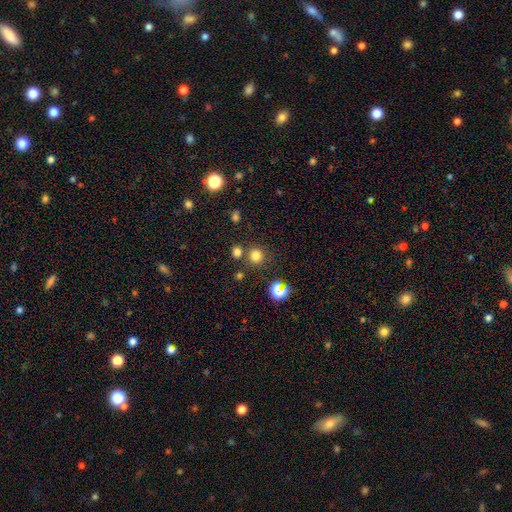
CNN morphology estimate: This is likely a smooth galaxy (75%). How rounded: clearly round (91%). Merging: likely none (77%).